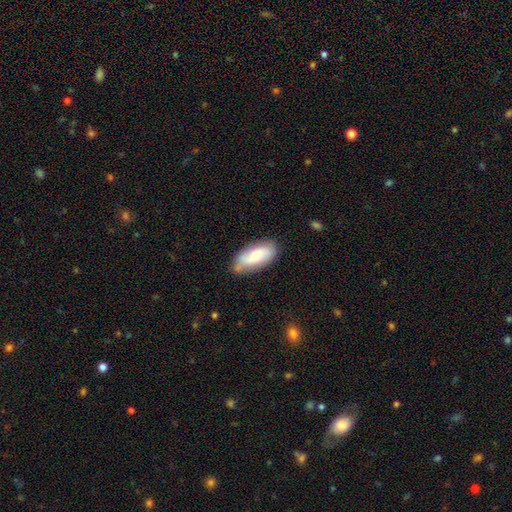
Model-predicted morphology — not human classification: smooth_or_featured: smooth (p=0.64) [alt: featured or disk p=0.30]
how_rounded: in between (p=0.87) [alt: cigar-shaped p=0.11]
merging: none (p=0.68) [alt: minor disturbance p=0.24]